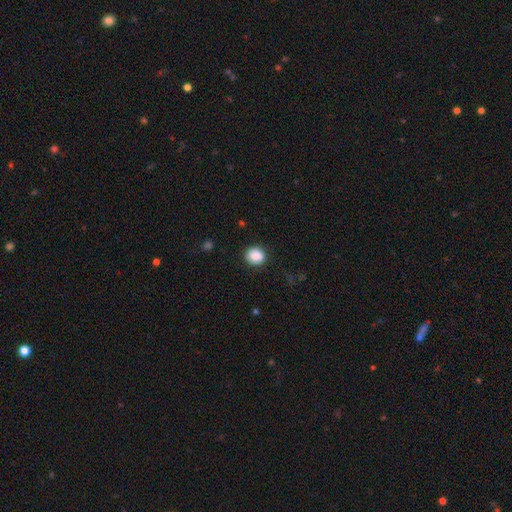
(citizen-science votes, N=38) Smooth or featured? 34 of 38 (89%) said smooth. How rounded? 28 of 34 (82%) said round. Merging? 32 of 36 (89%) said none.